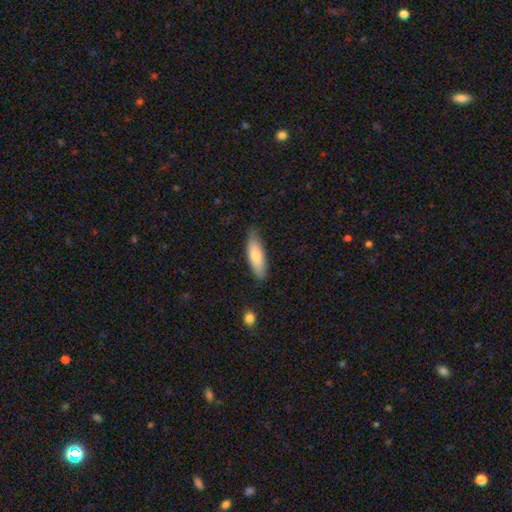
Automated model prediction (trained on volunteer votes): This appears to be a smooth galaxy with no disk features (75%) that is in between round and cigar-shaped (51%). Merging: none (81%).